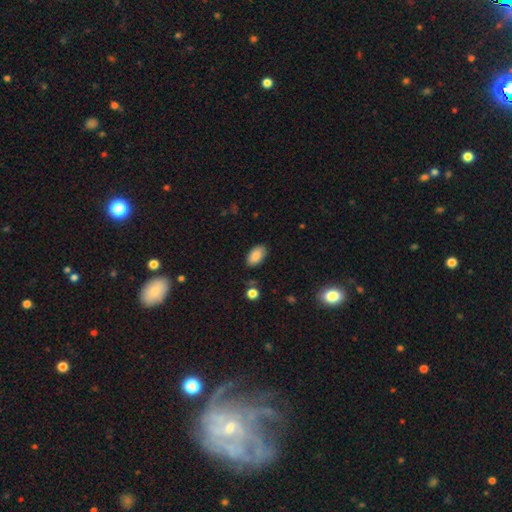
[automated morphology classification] A smooth galaxy with no disk features (86%) that is in between round and cigar-shaped (94%).

Vote fractions:
- Smooth or featured? smooth: 86% / star or artifact: 8% / featured or disk: 6%
- How rounded? in between: 94% / round: 4% / cigar-shaped: 2%
- Merging? none: 81% / minor disturbance: 14% / major disturbance: 3% / merger: 2%